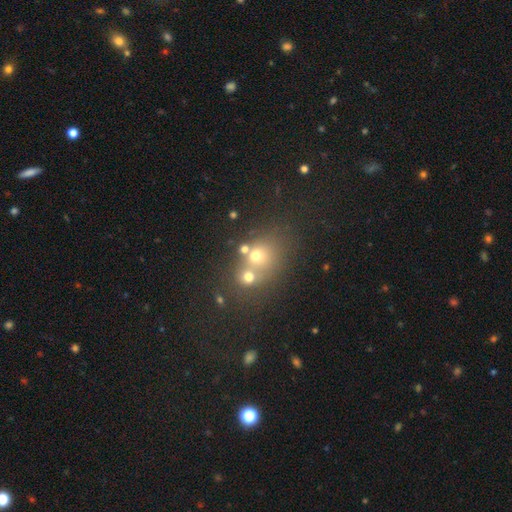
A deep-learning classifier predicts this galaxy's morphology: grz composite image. It shows a smooth galaxy with no disk features (59%) that is round (68%). Merging: none (45%).